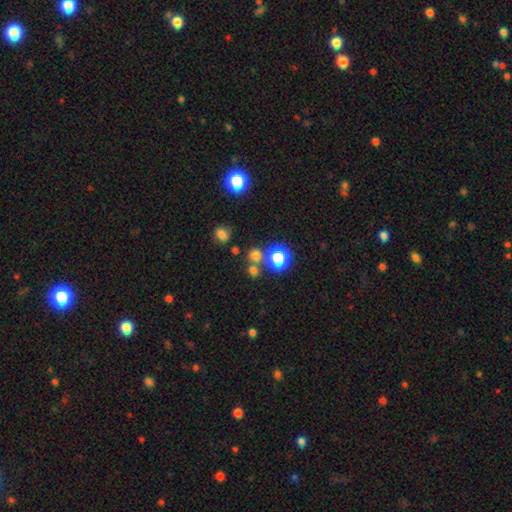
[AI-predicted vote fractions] Q: Smooth or featured?
A: smooth (64%); runner-up: star or artifact (29%)
Q: How rounded?
A: round (87%); runner-up: in between (12%)
Q: Merging?
A: none (69%); runner-up: merger (20%)